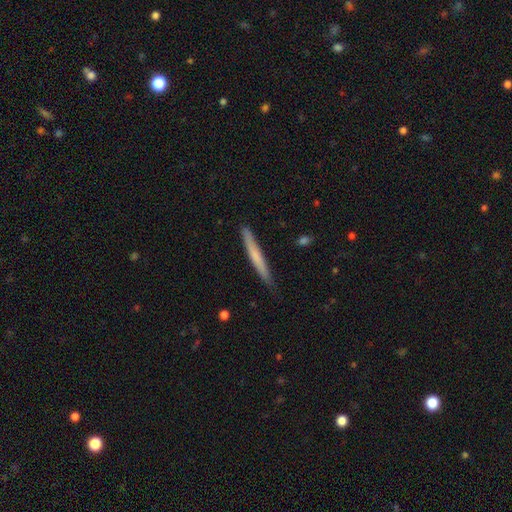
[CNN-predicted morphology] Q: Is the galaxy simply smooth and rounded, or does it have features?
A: smooth — 60%.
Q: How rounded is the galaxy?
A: cigar-shaped — 97%.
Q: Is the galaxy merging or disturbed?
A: none — 86%.